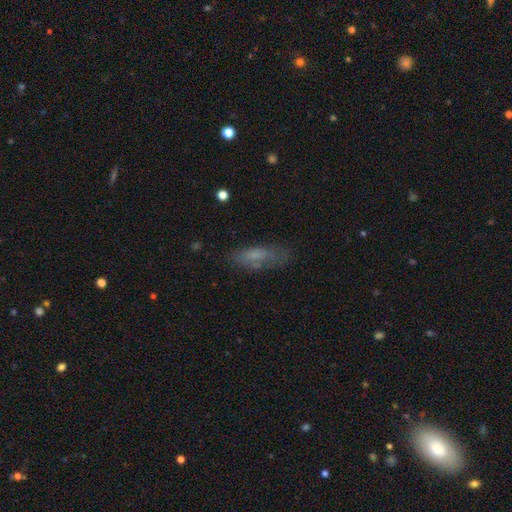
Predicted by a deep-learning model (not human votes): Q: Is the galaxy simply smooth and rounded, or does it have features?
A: smooth — 65%.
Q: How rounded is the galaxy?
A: in between — 53%.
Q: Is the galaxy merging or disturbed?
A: none — 63%.